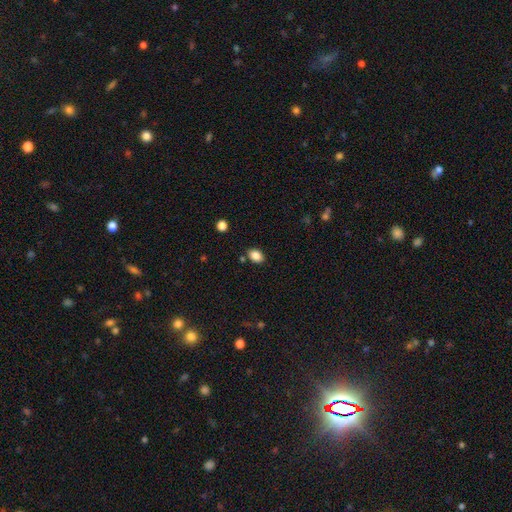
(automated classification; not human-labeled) Smooth or featured: smooth — 86% (star or artifact — 9%)
How rounded: in between — 80% (round — 19%)
Merging: none — 83% (minor disturbance — 11%)